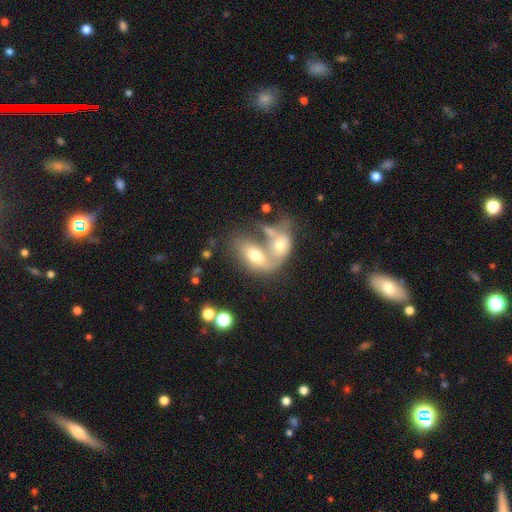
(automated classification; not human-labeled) Smooth or featured: smooth — 57% (featured or disk — 34%)
How rounded: in between — 86% (round — 9%)
Merging: merger — 71% (none — 14%)